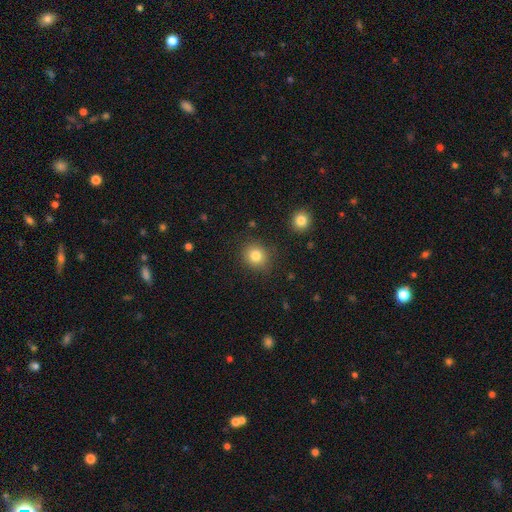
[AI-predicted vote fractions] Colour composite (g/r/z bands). It shows a smooth galaxy with no disk features (82%) that is round (80%). Merging: none (86%).